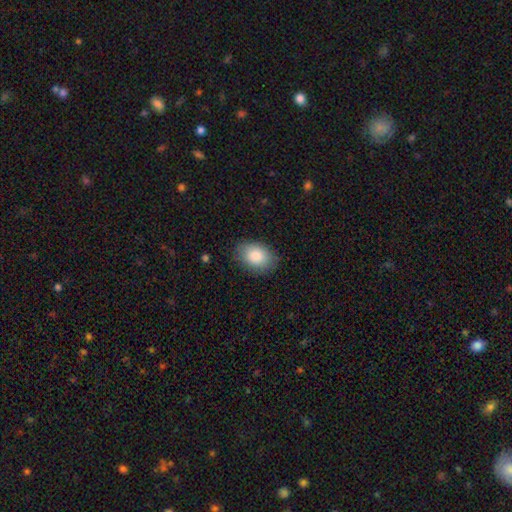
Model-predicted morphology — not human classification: Smooth or featured? Predicted: smooth (p=0.86). How rounded? Predicted: in between (p=0.80). Merging? Predicted: none (p=0.83).